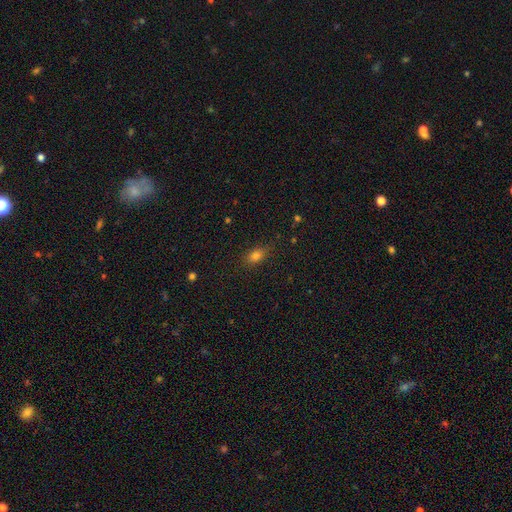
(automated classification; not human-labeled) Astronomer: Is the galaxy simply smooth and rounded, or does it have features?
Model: smooth — 78%.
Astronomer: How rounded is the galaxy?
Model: in between — 74%.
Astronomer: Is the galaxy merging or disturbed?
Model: none — 80%.